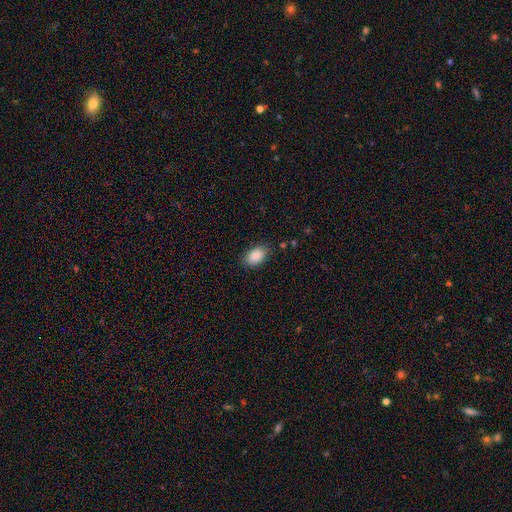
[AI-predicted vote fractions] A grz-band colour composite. It shows a smooth galaxy with no disk features (88%) that is in between round and cigar-shaped (90%). Merging: none (82%).